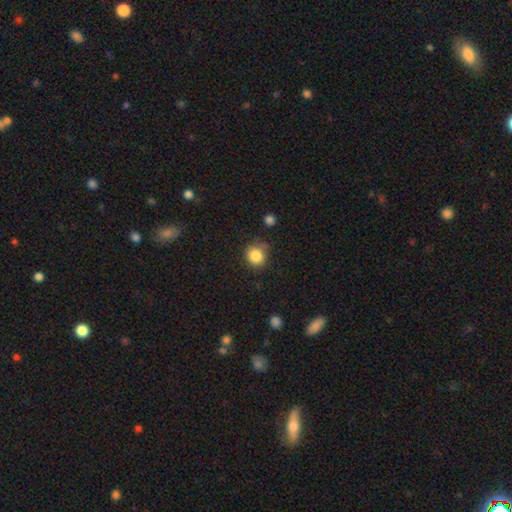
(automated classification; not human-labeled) Smooth or featured? smooth (85%)
How rounded? round (85%)
Merging? none (75%)